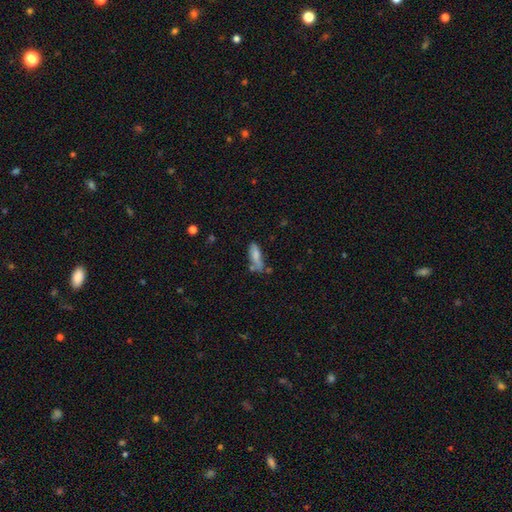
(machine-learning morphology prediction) Smooth or featured? Predicted: smooth (p=0.75). How rounded? Predicted: in between (p=0.49, tied with cigar-shaped). Merging? Predicted: none (p=0.49).